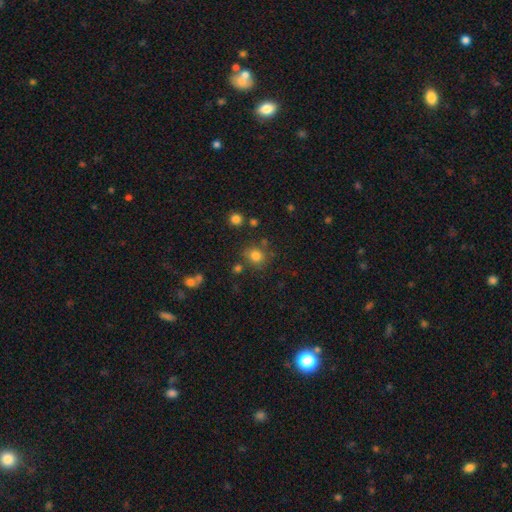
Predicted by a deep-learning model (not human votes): Morphology: type=smooth (78%); roundness=round (77%); merging=none (73%).